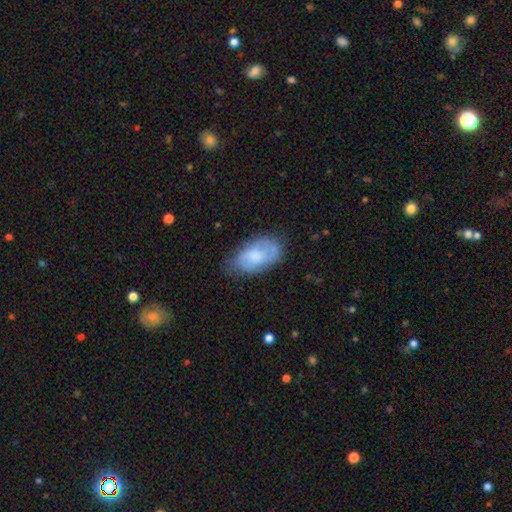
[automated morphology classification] Smooth or featured: smooth — 48% (featured or disk — 45%)
Merging: none — 61% (minor disturbance — 28%)